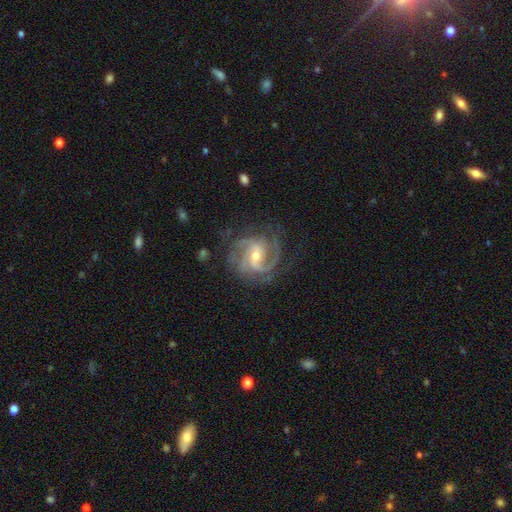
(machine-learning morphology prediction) Smooth or featured?
  - featured or disk: 91% *
  - star or artifact: 5%
  - smooth: 4%
Edge-on disk?
  - no: 98% *
  - yes: 2%
Bar?
  - weak: 47% *
  - no: 27%
  - strong: 26%
Spiral arms?
  - yes: 98% *
  - no: 2%
Spiral winding?
  - medium: 46% *
  - tight: 44%
  - loose: 9%
Spiral arm count?
  - 2: 36% * (tied)
  - 3: 36% * (tied)
  - can't tell: 11%
  - 4: 7%
  - 1: 5%
  - more than 4: 5%
Bulge size?
  - small: 48% * (tied)
  - moderate: 48% * (tied)
  - large: 2%
  - none: 1%
  - dominant: 1%
Merging?
  - none: 73% *
  - minor disturbance: 17%
  - major disturbance: 9%
  - merger: 1%